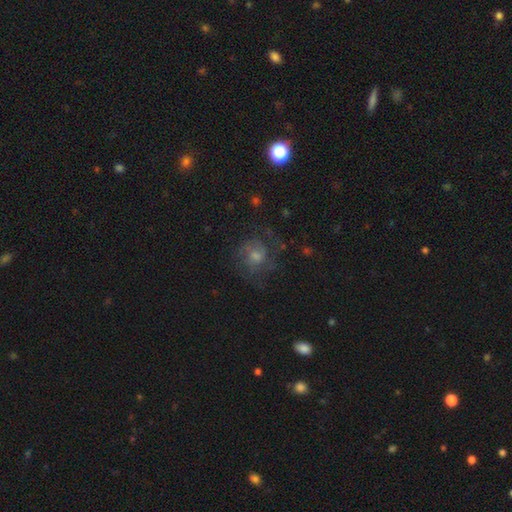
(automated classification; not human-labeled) smooth_or_featured: featured or disk (p=0.54) [alt: smooth p=0.28]
disk_edge_on: no (p=0.97) [alt: yes p=0.03]
bar: no (p=0.70) [alt: weak p=0.26]
has_spiral_arms: yes (p=0.85) [alt: no p=0.15]
bulge_size: moderate (p=0.51) [alt: small p=0.30]
merging: none (p=0.67) [alt: minor disturbance p=0.17]